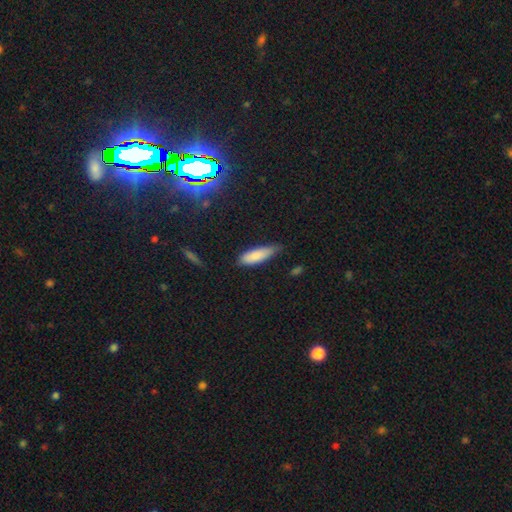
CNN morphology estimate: A smooth galaxy with no disk features (84%) that is in between round and cigar-shaped (54%).

Vote fractions:
- Smooth or featured? smooth: 84% / featured or disk: 9% / star or artifact: 7%
- How rounded? in between: 54% / cigar-shaped: 45% / round: 2%
- Merging? none: 55% / minor disturbance: 37% / major disturbance: 6% / merger: 2%